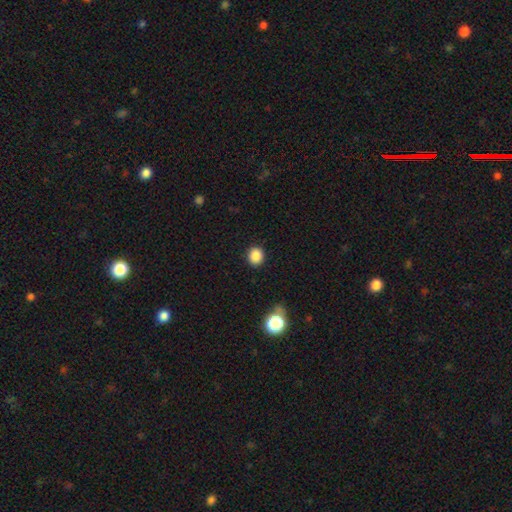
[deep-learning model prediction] The model was most divided on "how rounded": round: 76%, in between: 23%, cigar-shaped: 1%. More confident: merging — none (89%); smooth or featured — smooth (87%).